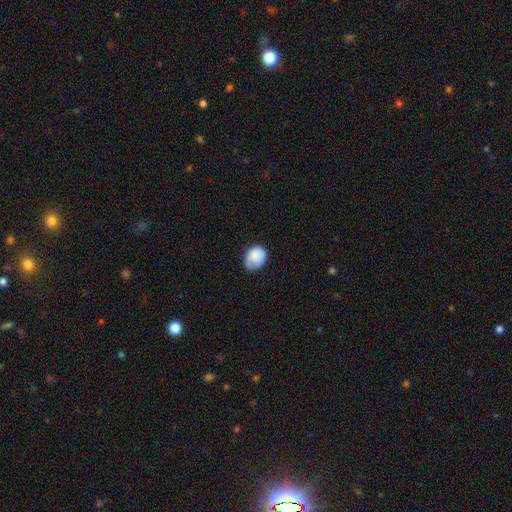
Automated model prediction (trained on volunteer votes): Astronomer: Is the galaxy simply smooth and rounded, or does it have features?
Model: smooth — 82%.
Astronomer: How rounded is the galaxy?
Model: in between — 53% (runner-up: round, 46%).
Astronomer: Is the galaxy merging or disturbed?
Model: none — 47% (runner-up: minor disturbance, 40%).